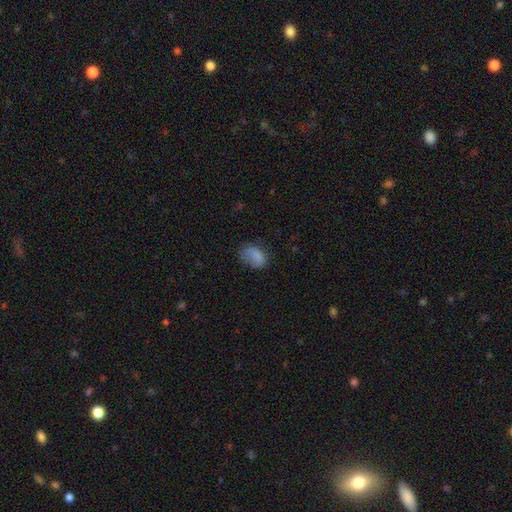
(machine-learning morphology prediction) A smooth galaxy with no disk features (77%) that is in between round and cigar-shaped (84%).

Vote fractions:
- Smooth or featured? smooth: 77% / featured or disk: 13% / star or artifact: 10%
- How rounded? in between: 84% / round: 15% / cigar-shaped: 1%
- Merging? none: 43% / minor disturbance: 31% / major disturbance: 23% / merger: 2%